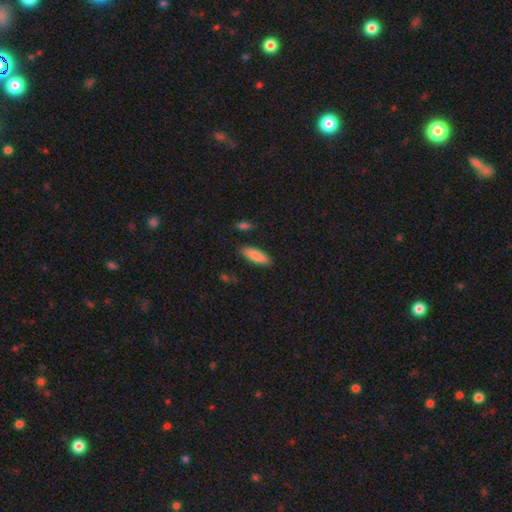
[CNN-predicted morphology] Q: Smooth or featured?
A: smooth (87%); runner-up: featured or disk (7%)
Q: How rounded?
A: in between (63%); runner-up: cigar-shaped (35%)
Q: Merging?
A: none (85%); runner-up: minor disturbance (11%)